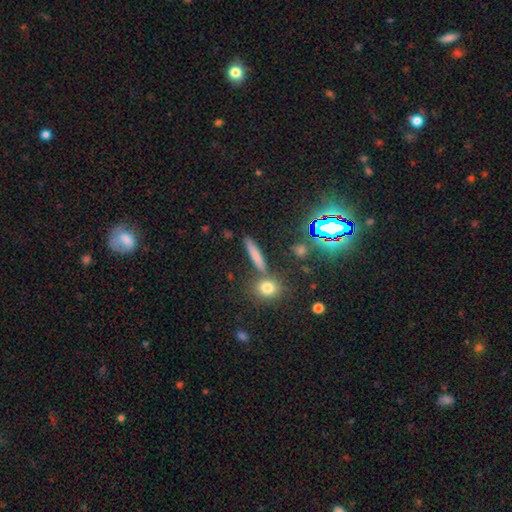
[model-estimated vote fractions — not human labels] The model was most divided on "smooth or featured": smooth: 70%, star or artifact: 16%, featured or disk: 14%. More confident: how rounded — cigar-shaped (79%); merging — none (79%).